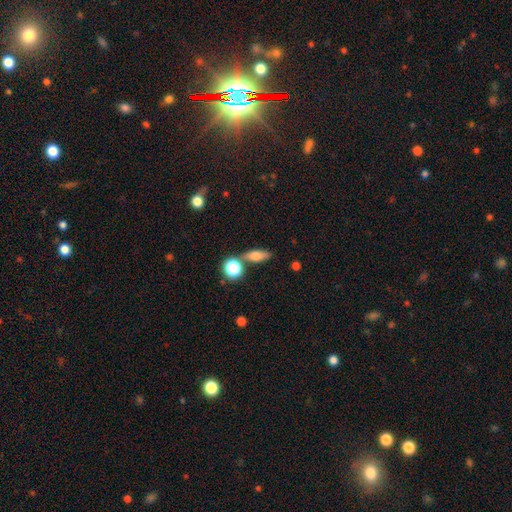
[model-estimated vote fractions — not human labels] Smooth or featured? smooth (67%)
How rounded? in between (57%)
Merging? none (71%)